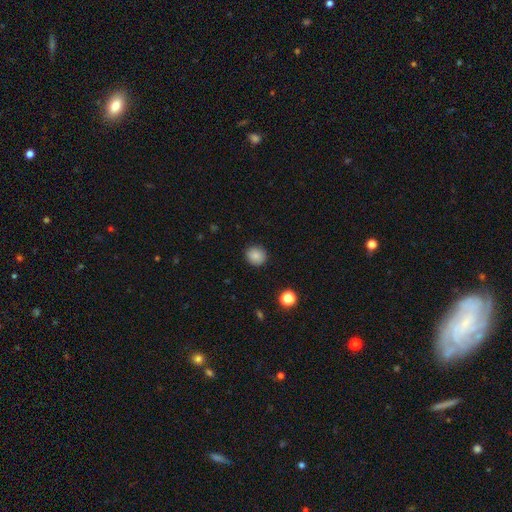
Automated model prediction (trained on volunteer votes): Smooth or featured?
  - smooth: 86% *
  - star or artifact: 10%
  - featured or disk: 4%
How rounded?
  - round: 86% *
  - in between: 13%
  - cigar-shaped: 1%
Merging?
  - none: 90% *
  - minor disturbance: 7%
  - major disturbance: 2%
  - merger: 1%